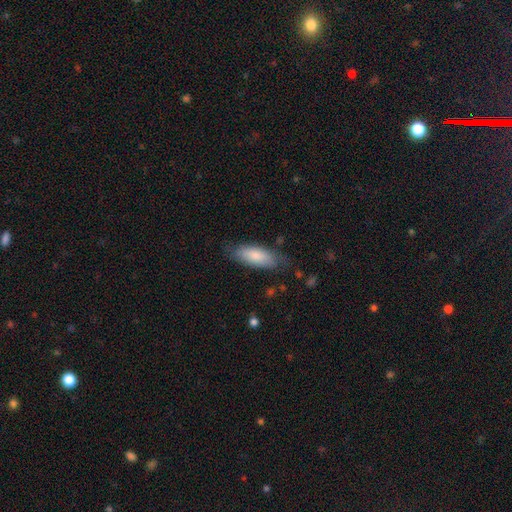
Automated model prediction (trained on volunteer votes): smooth 81%, featured or disk 13%, star or artifact 6%. Down the decision tree: how rounded — in between (75%); merging — none (71%).